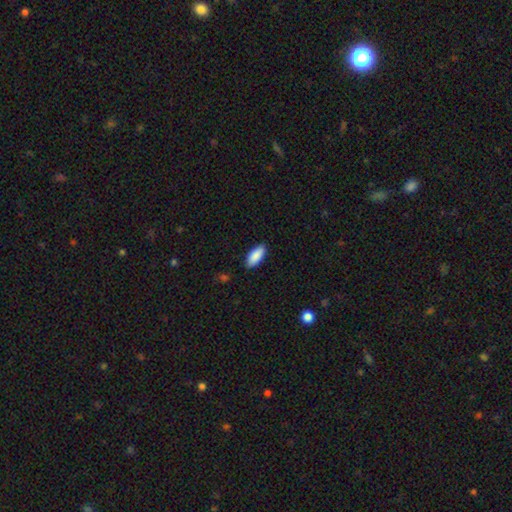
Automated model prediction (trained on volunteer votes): Smooth or featured?
  - smooth: 90% *
  - star or artifact: 6%
  - featured or disk: 5%
How rounded?
  - in between: 85% *
  - cigar-shaped: 13%
  - round: 2%
Merging?
  - none: 88% *
  - minor disturbance: 10%
  - major disturbance: 2%
  - merger: 1%